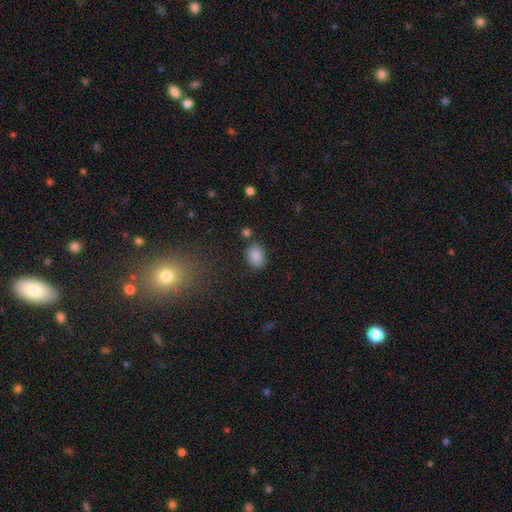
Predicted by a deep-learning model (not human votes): A smooth galaxy with no disk features (86%) that is in between round and cigar-shaped (68%). Merging: none (76%).